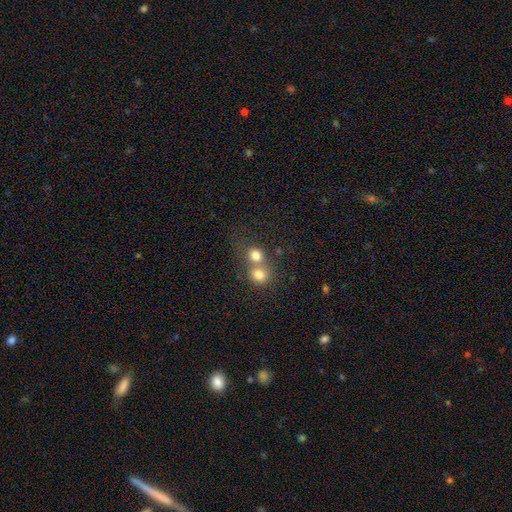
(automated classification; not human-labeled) Overall: smooth (76%). How rounded: round (81%). Merging: merger (57%; none 36%).